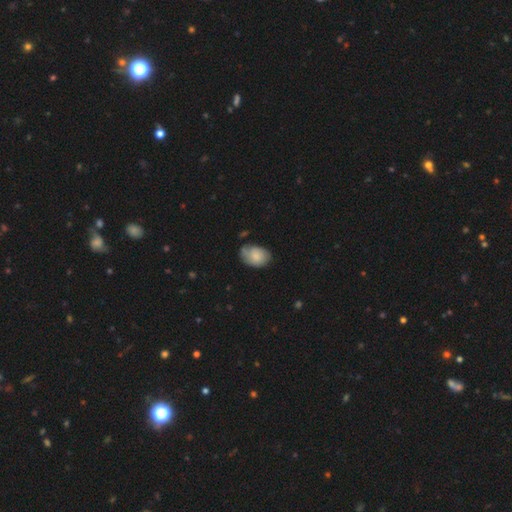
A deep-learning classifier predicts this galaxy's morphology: The model was most divided on "merging": none: 56%, minor disturbance: 32%, major disturbance: 8%, merger: 4%. More confident: how rounded — in between (83%); smooth or featured — smooth (74%).